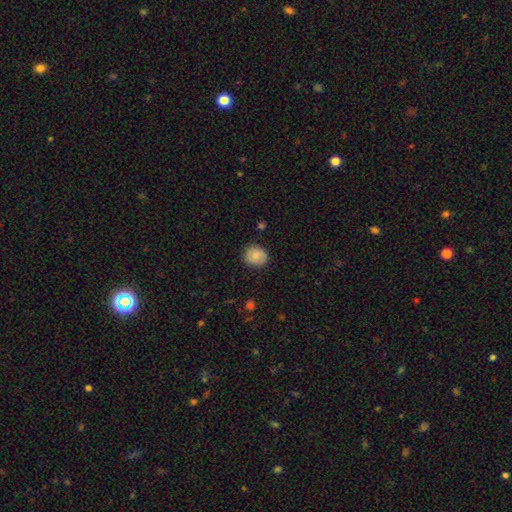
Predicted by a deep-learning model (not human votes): This appears to be a smooth galaxy with no disk features (77%) that is round (77%). Merging: none (82%).